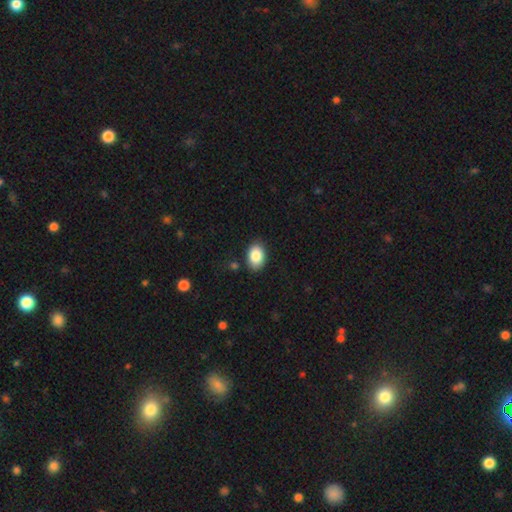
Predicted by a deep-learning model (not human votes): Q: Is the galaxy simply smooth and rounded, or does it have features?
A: smooth — 86%.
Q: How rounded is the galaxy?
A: in between — 83%.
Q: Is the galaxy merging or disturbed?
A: none — 85%.